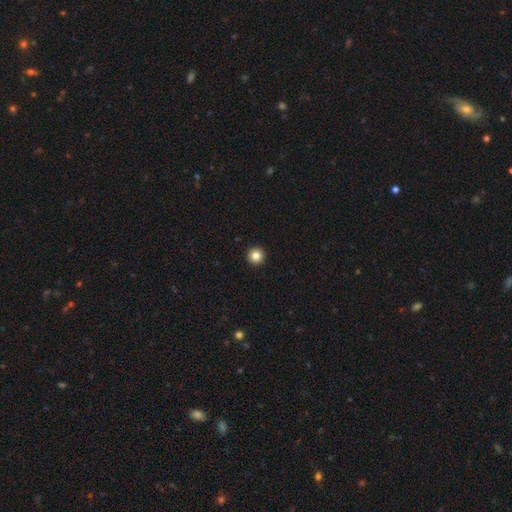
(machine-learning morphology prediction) Smooth or featured? Predicted: smooth (p=0.84). How rounded? Predicted: round (p=0.97). Merging? Predicted: none (p=0.94).